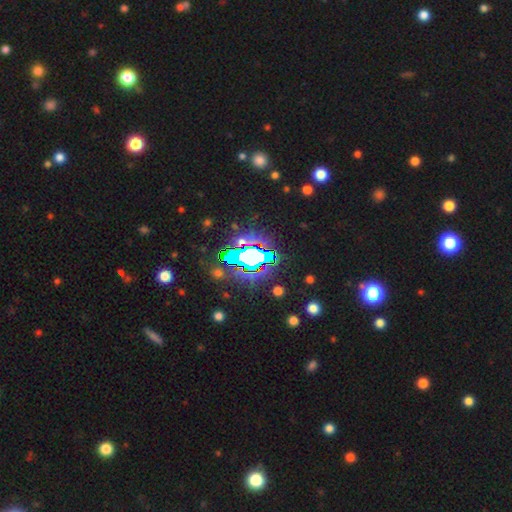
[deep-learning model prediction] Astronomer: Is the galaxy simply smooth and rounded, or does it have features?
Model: star or artifact — 83%.